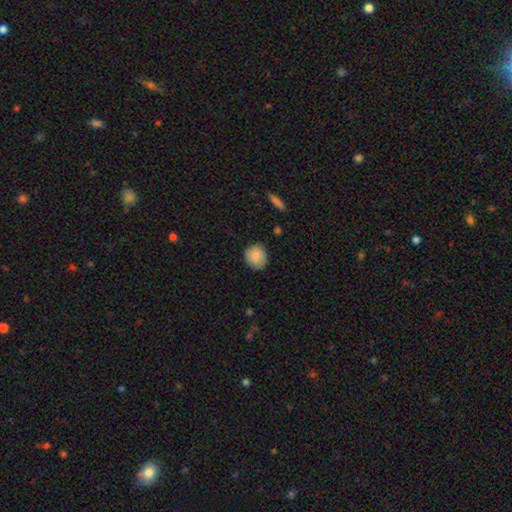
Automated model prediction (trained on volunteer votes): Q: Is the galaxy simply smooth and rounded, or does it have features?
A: smooth — 86%.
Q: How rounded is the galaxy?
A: round — 83%.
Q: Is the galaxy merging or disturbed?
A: none — 84%.